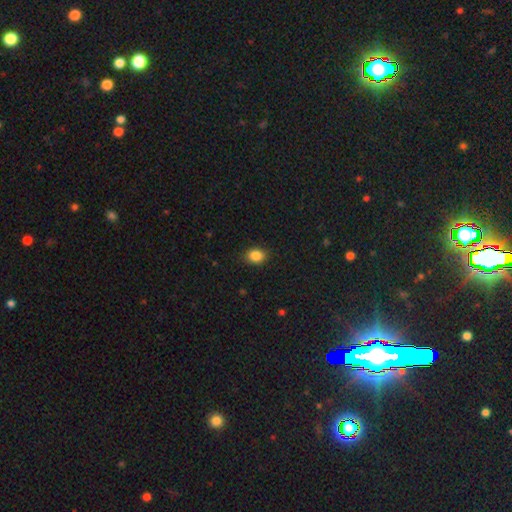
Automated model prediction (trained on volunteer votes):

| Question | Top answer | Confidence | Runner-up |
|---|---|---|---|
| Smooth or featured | smooth | 86% | star or artifact (10%) |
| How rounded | in between | 59% | round (39%) |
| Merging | none | 86% | minor disturbance (11%) |